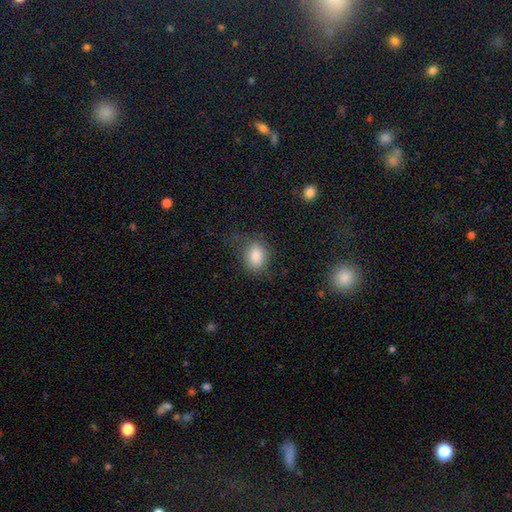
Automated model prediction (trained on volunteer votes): This is clearly a smooth galaxy (85%). How rounded: possibly in between (59%). Merging: likely none (69%).